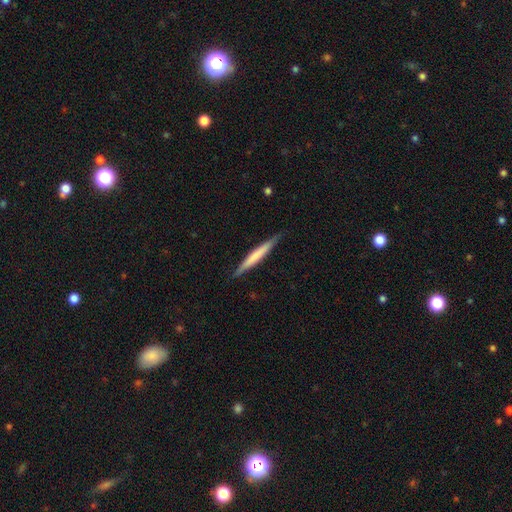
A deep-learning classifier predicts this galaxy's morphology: This appears to be a smooth galaxy with no disk features (57%) that is cigar-shaped (96%). Merging: none (89%).